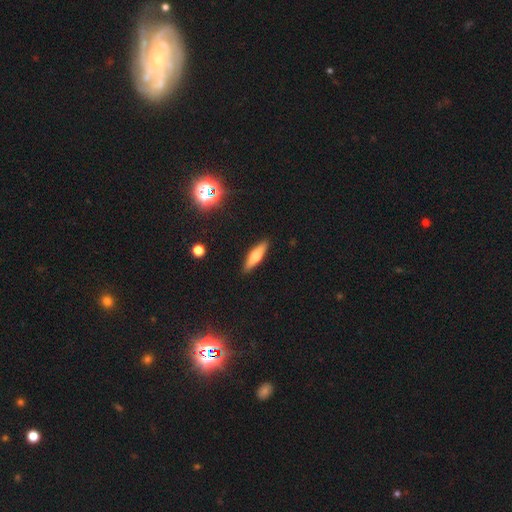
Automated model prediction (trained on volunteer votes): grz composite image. It shows a smooth galaxy with no disk features (52%) that is cigar-shaped (71%). Merging: none (90%).